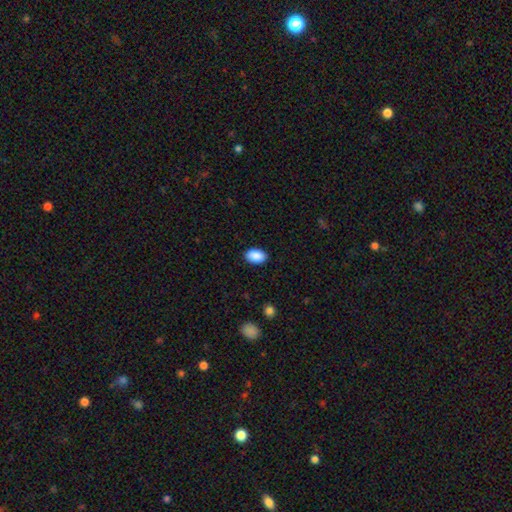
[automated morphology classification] Smooth or featured? smooth (90%)
How rounded? in between (90%)
Merging? none (89%)